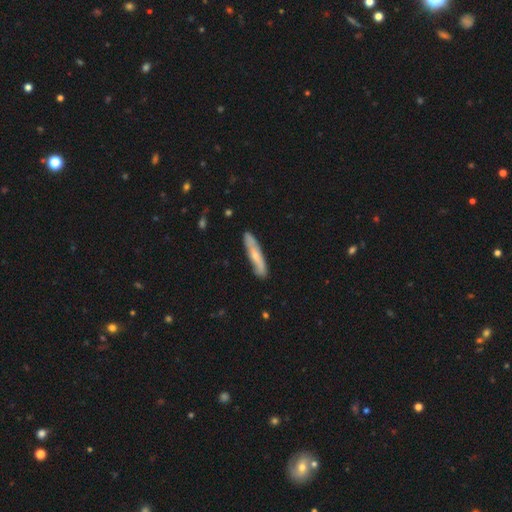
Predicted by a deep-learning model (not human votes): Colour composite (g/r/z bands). It shows a smooth galaxy with no disk features (50%). Merging: none (84%).